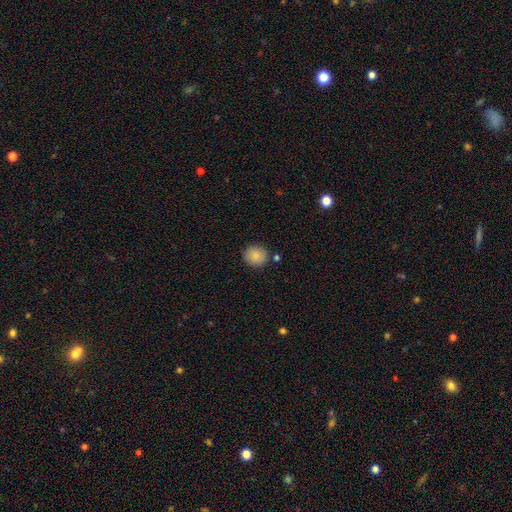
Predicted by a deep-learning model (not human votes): Smooth or featured: smooth — 87% (star or artifact — 8%)
How rounded: round — 86% (in between — 13%)
Merging: none — 86% (minor disturbance — 8%)